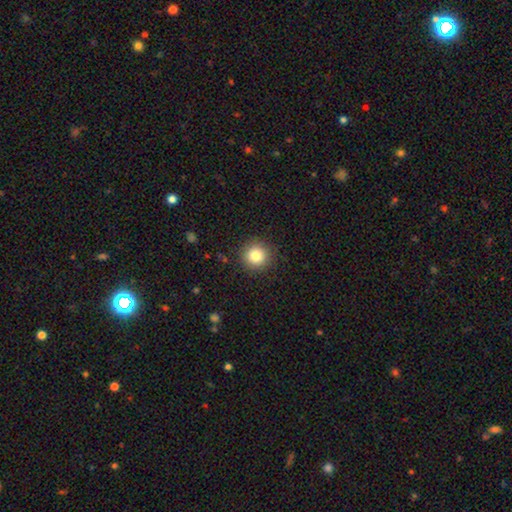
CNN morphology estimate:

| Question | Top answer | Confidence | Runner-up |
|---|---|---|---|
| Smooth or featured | smooth | 83% | star or artifact (11%) |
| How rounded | round | 93% | in between (6%) |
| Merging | none | 90% | minor disturbance (7%) |